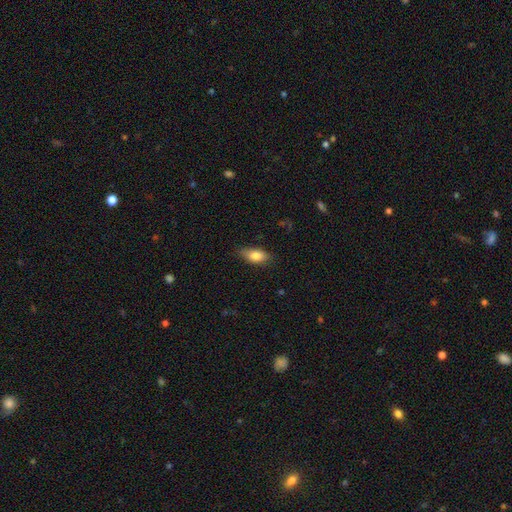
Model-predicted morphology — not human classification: smooth_or_featured: smooth (p=0.81) [alt: featured or disk p=0.12]
how_rounded: in between (p=0.85) [alt: cigar-shaped p=0.11]
merging: none (p=0.79) [alt: minor disturbance p=0.17]